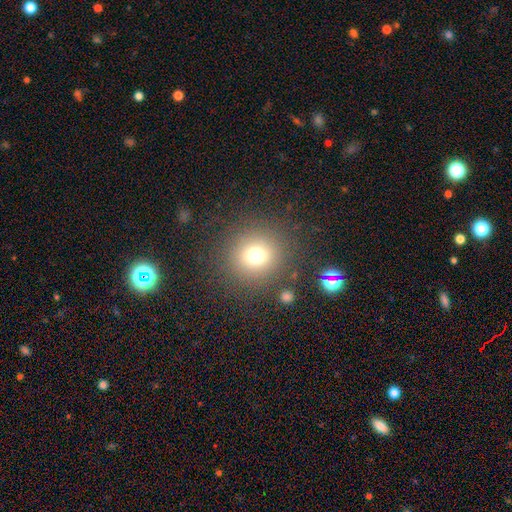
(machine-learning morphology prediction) Smooth or featured?
  - smooth: 73% *
  - star or artifact: 17%
  - featured or disk: 10%
How rounded?
  - round: 92% *
  - in between: 7%
  - cigar-shaped: 1%
Merging?
  - none: 84% *
  - minor disturbance: 8%
  - major disturbance: 5%
  - merger: 3%